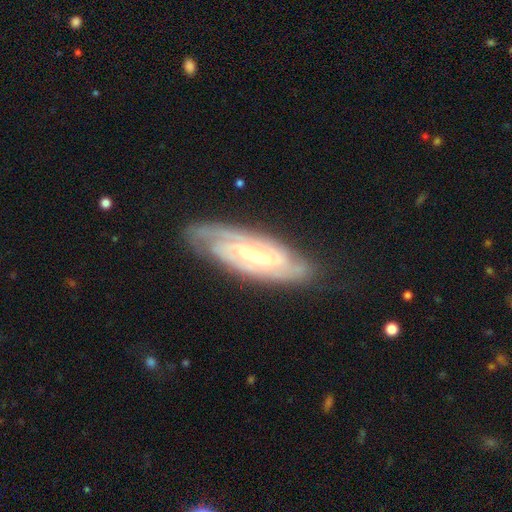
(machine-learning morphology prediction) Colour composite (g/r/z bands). It shows a featured or disk galaxy (85%) with a weak bar (43%), 2 (33%) tight (71%) spiral arms (96%) and a small central bulge (54%). Merging: none (78%).